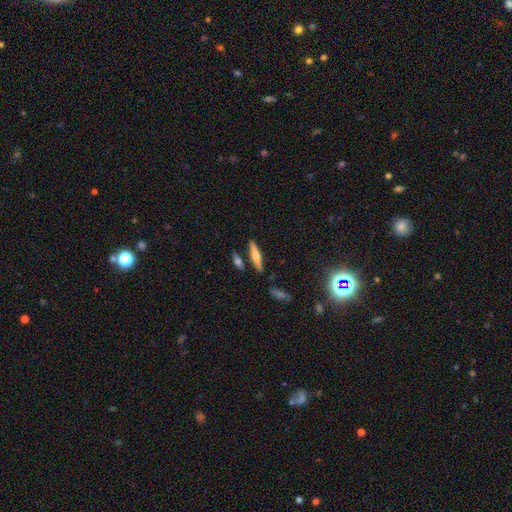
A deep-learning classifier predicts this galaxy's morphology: type=smooth (59%); roundness=cigar-shaped (85%); merging=none (82%).